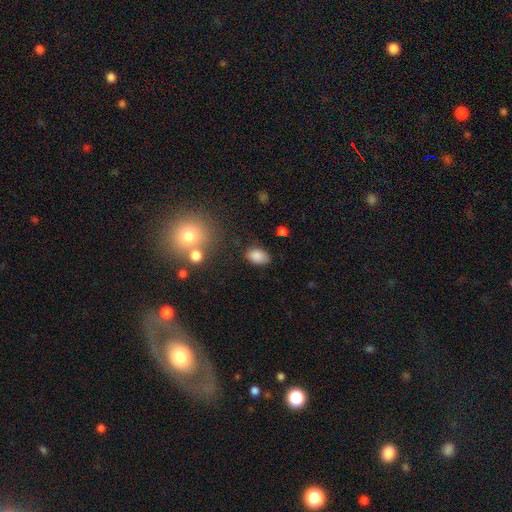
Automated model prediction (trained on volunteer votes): This is clearly a smooth galaxy (85%). How rounded: clearly in between (89%). Merging: clearly none (80%).